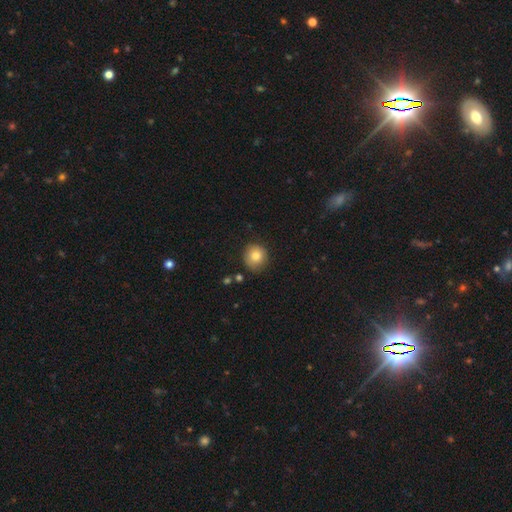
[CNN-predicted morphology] smooth-or-featured: smooth: 80% | featured or disk: 10% | star or artifact: 10%
  how-rounded: round: 87% | in between: 12% | cigar-shaped: 1%
  merging: none: 78% | minor disturbance: 16% | major disturbance: 3% | merger: 2%